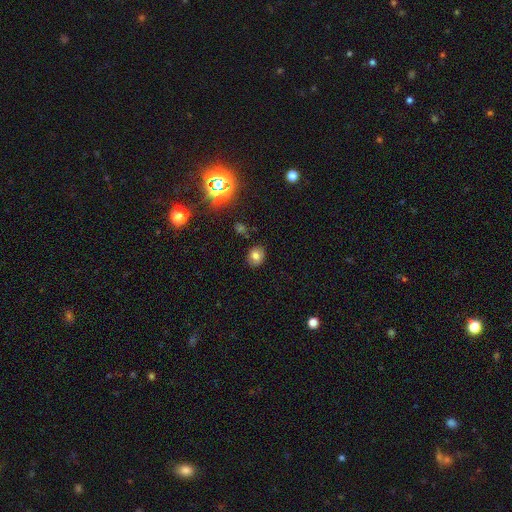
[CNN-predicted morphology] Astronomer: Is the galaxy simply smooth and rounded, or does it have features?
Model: smooth — 71%.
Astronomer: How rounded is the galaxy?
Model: round — 55% (runner-up: in between, 44%).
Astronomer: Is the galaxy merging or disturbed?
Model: none — 85%.